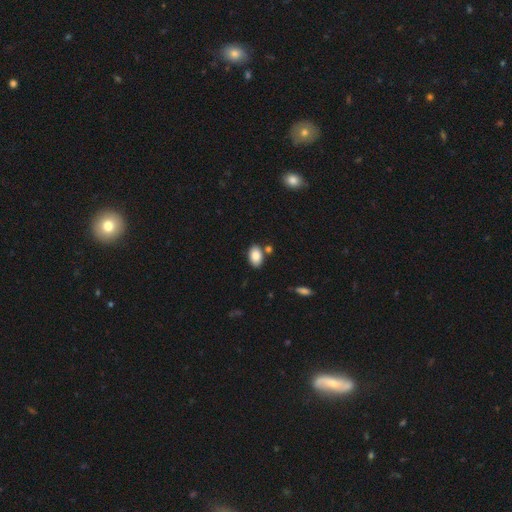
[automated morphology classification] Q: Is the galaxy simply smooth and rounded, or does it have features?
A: smooth — 86%.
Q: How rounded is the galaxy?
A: in between — 90%.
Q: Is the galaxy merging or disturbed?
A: none — 78%.